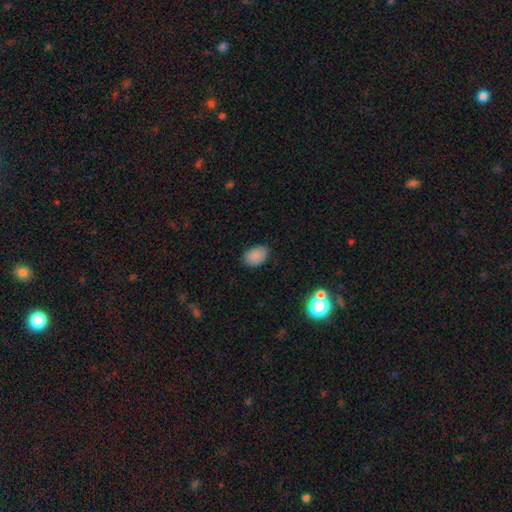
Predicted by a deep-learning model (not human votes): A smooth galaxy with no disk features (86%) that is in between round and cigar-shaped (85%).

Vote fractions:
- Smooth or featured? smooth: 86% / star or artifact: 9% / featured or disk: 5%
- How rounded? in between: 85% / round: 13% / cigar-shaped: 1%
- Merging? none: 82% / minor disturbance: 14% / major disturbance: 3% / merger: 1%